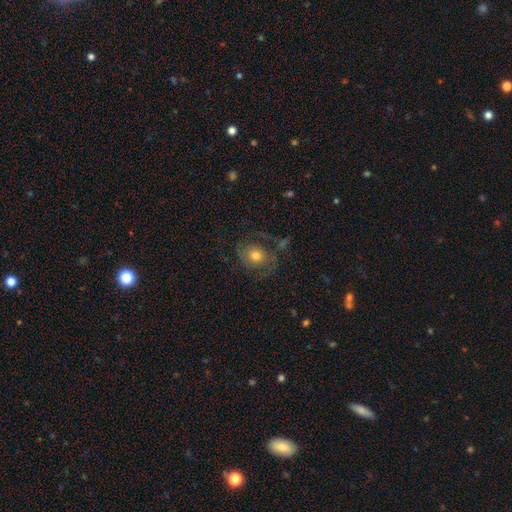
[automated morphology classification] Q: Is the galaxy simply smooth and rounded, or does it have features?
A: featured or disk — 48%.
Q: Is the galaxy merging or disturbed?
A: none — 59%.